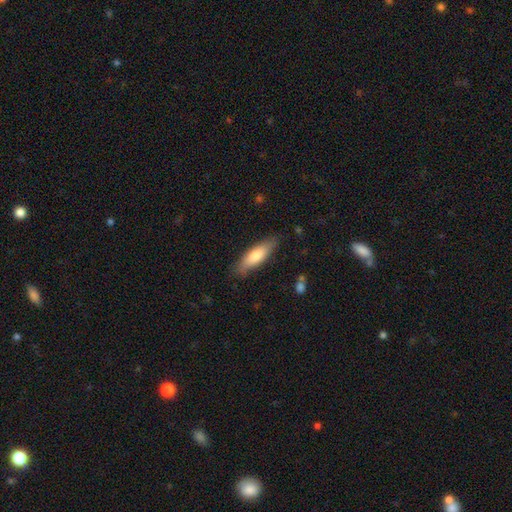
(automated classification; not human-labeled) This is likely a smooth galaxy (74%). How rounded: possibly cigar-shaped (52%). Merging: clearly none (81%).